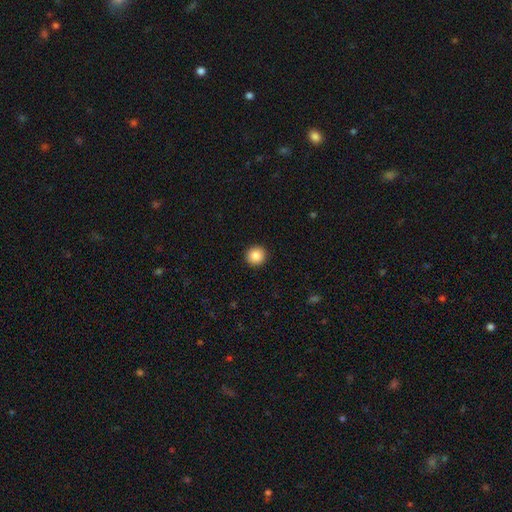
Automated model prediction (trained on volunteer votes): smooth_or_featured: smooth (p=0.86) [alt: star or artifact p=0.09]
how_rounded: round (p=0.94) [alt: in between p=0.05]
merging: none (p=0.93) [alt: minor disturbance p=0.04]